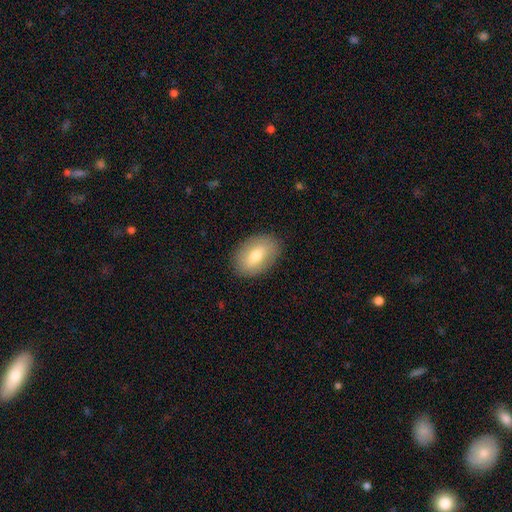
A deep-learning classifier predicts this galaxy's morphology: smooth-or-featured: smooth: 72% | featured or disk: 21% | star or artifact: 8%
  how-rounded: in between: 86% | round: 13% | cigar-shaped: 1%
  merging: none: 87% | minor disturbance: 9% | major disturbance: 3% | merger: 1%